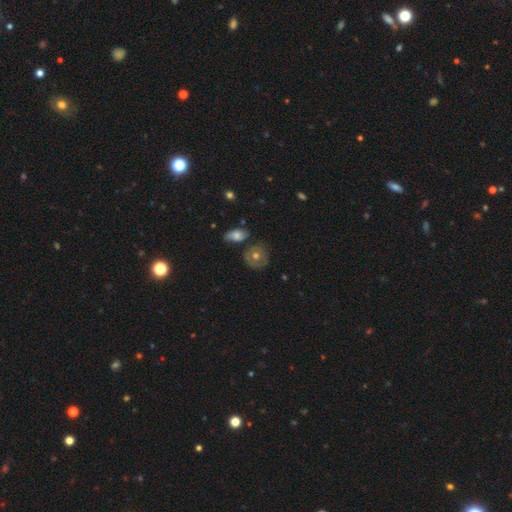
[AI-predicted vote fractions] Smooth or featured? smooth (52%)
How rounded? round (84%)
Merging? none (74%)